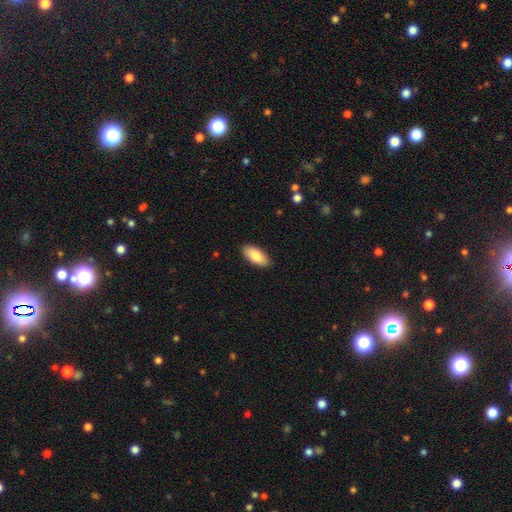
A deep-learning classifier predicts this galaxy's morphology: Smooth or featured? Predicted: smooth (p=0.86). How rounded? Predicted: in between (p=0.90). Merging? Predicted: none (p=0.89).